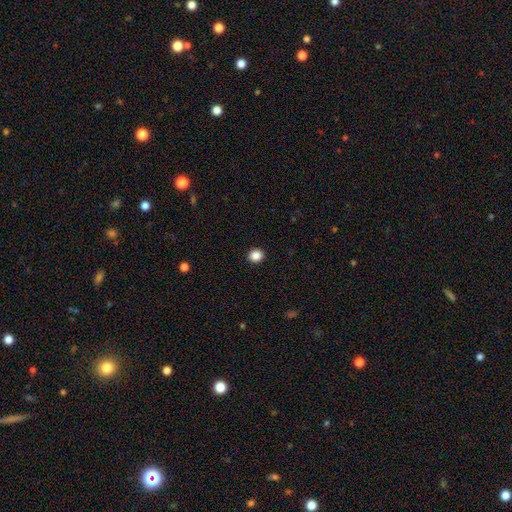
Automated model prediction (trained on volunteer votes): Overall: smooth (87%). How rounded: round (82%). Merging: none (93%).